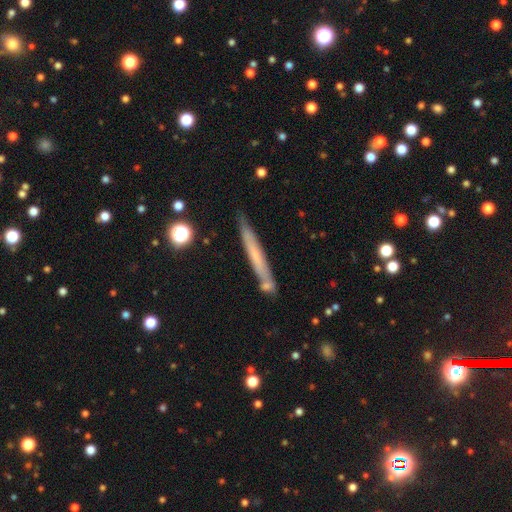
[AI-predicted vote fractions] smooth-or-featured: smooth: 51% | featured or disk: 41% | star or artifact: 8%
  how-rounded: cigar-shaped: 96% | in between: 3% | round: 1%
  merging: none: 79% | minor disturbance: 12% | merger: 6% | major disturbance: 2%